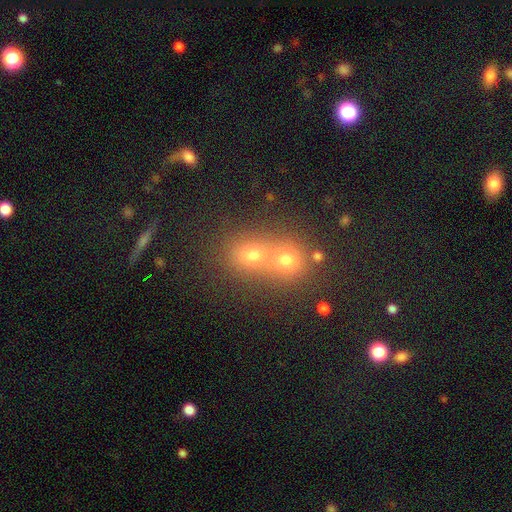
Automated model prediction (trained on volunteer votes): This is likely a smooth galaxy (66%). How rounded: likely round (75%). Merging: possibly merger (59%).